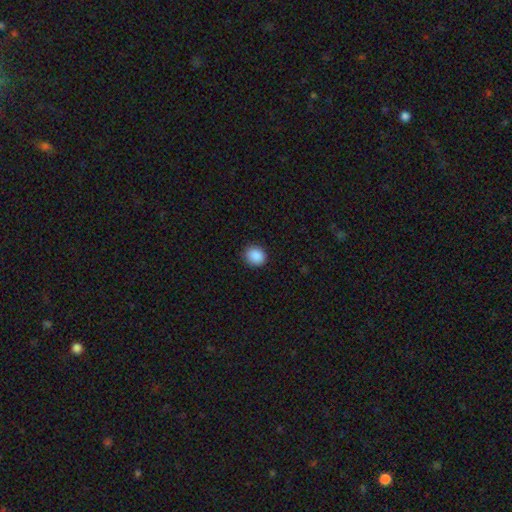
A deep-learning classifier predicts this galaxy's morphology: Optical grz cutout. It shows a smooth galaxy with no disk features (89%) that is round (75%). Merging: none (89%).